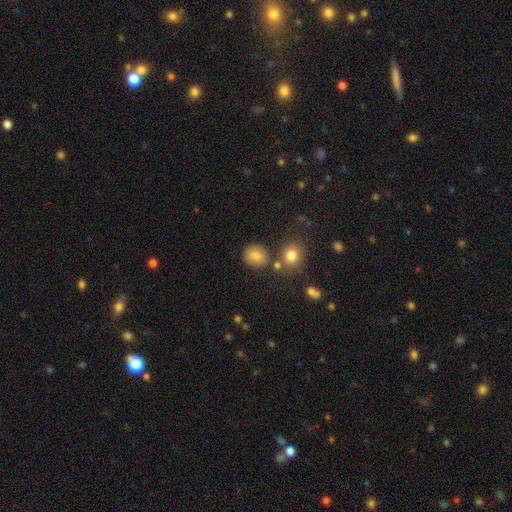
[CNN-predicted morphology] smooth 80%, star or artifact 12%, featured or disk 8%. Down the decision tree: how rounded — round (76%); merging — none (78%).